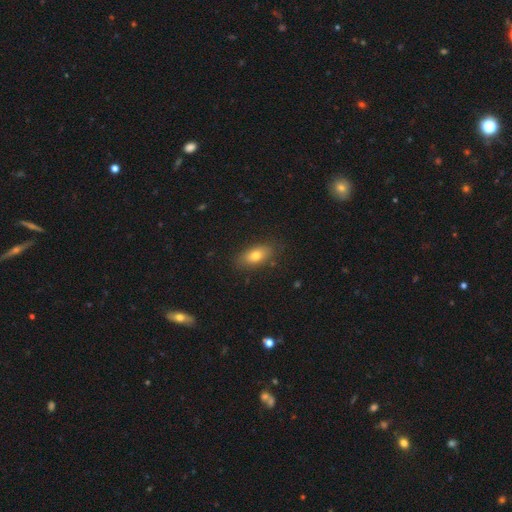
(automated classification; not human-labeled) Smooth or featured: smooth — 76% (featured or disk — 15%)
How rounded: in between — 85% (cigar-shaped — 8%)
Merging: none — 83% (minor disturbance — 12%)